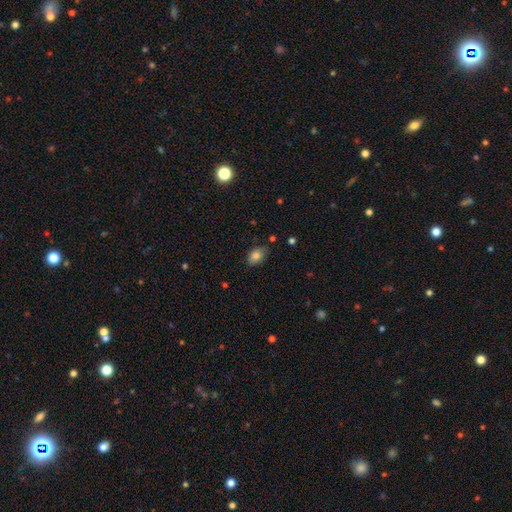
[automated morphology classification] type=smooth (82%); roundness=in between (85%); merging=none (73%).